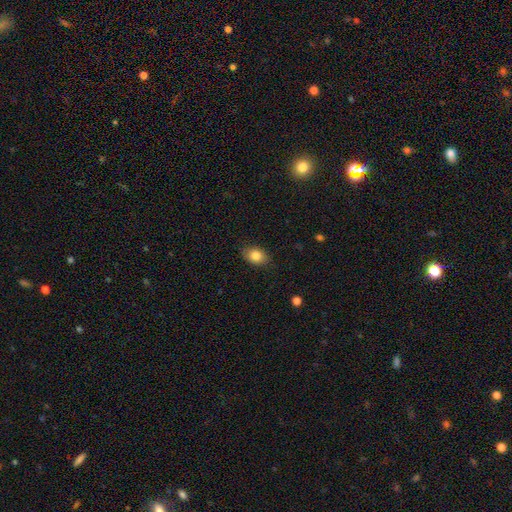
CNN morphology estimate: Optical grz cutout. It shows a smooth galaxy with no disk features (83%) that is in between round and cigar-shaped (78%). Merging: none (85%).